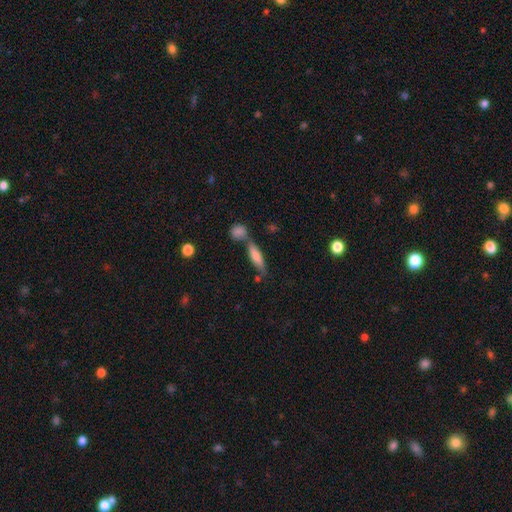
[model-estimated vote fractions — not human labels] Smooth or featured? Predicted: smooth (p=0.60). How rounded? Predicted: cigar-shaped (p=0.75). Merging? Predicted: none (p=0.63).